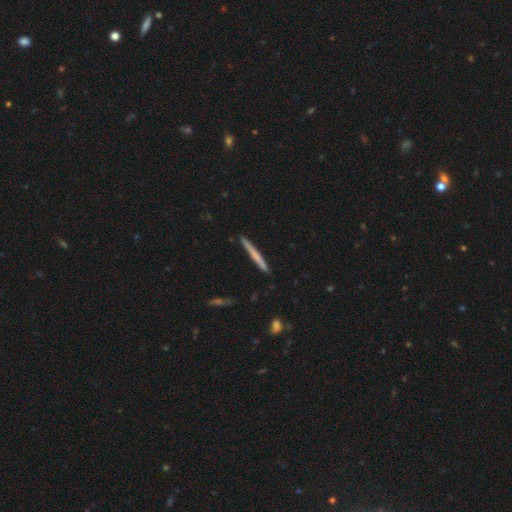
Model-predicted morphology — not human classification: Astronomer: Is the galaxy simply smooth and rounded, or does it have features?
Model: smooth — 56% (runner-up: featured or disk, 38%).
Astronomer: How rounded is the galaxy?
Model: cigar-shaped — 97%.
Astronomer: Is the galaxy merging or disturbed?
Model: none — 91%.